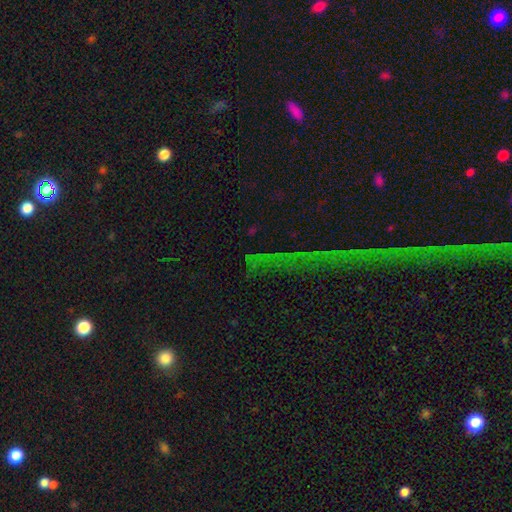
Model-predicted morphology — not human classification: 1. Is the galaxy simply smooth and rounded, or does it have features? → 76% star or artifact, 13% smooth, 11% featured or disk.